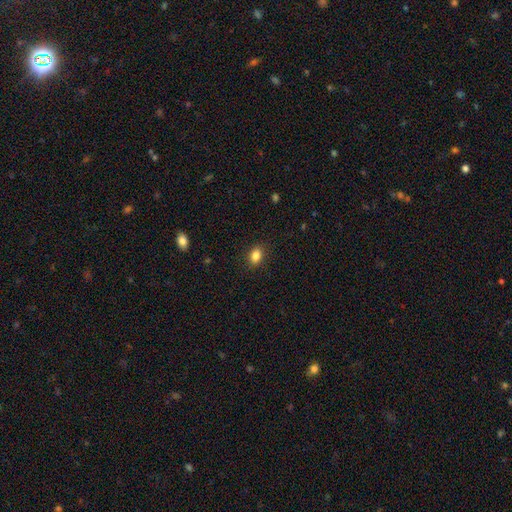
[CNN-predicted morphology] Smooth or featured: smooth — 86% (star or artifact — 9%)
How rounded: in between — 74% (round — 24%)
Merging: none — 88% (minor disturbance — 9%)